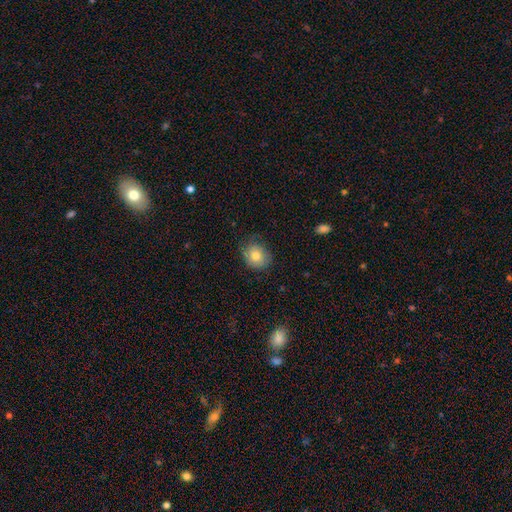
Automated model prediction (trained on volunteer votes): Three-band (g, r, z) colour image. It shows a smooth galaxy with no disk features (76%) that is round (69%). Merging: none (73%).